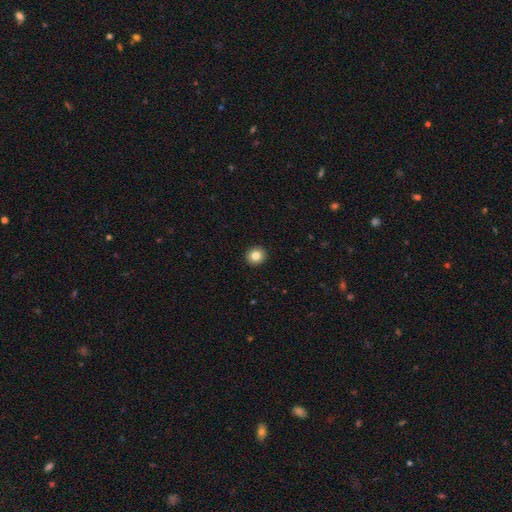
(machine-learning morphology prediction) Smooth or featured?
  - smooth: 83% *
  - star or artifact: 10%
  - featured or disk: 7%
How rounded?
  - round: 89% *
  - in between: 10%
  - cigar-shaped: 1%
Merging?
  - none: 93% *
  - minor disturbance: 4%
  - major disturbance: 1%
  - merger: 1%